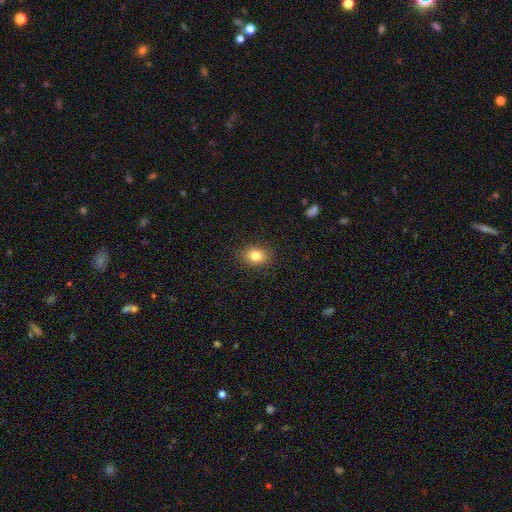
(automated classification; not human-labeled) Morphology: type=smooth (81%); roundness=in between (58%); merging=none (88%).